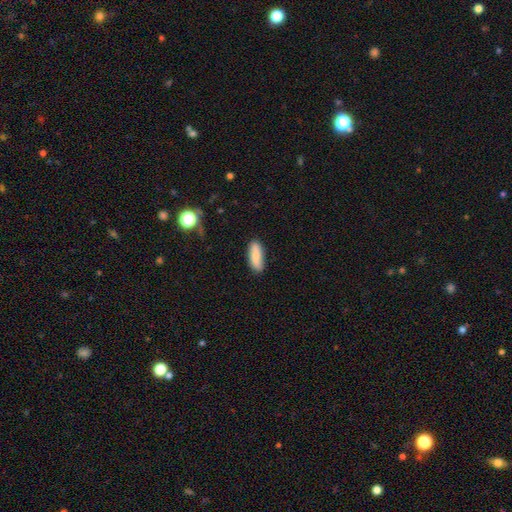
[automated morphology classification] This appears to be a smooth galaxy with no disk features (82%) that is in between round and cigar-shaped (65%). Merging: none (83%).